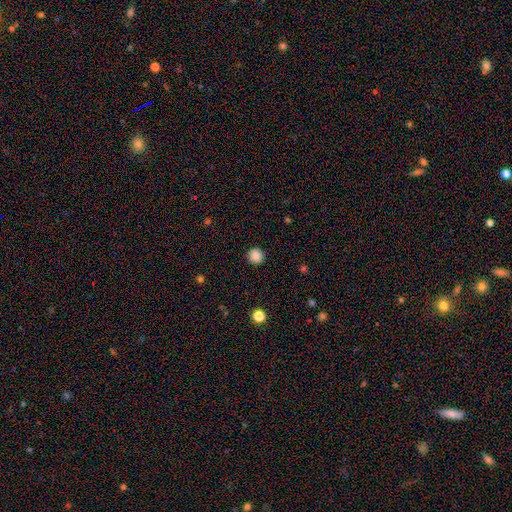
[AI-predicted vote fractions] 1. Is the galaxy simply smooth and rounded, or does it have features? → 87% smooth, 10% star or artifact, 3% featured or disk.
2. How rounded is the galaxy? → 95% round, 4% in between, 1% cigar-shaped.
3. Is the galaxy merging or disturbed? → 92% none, 5% minor disturbance, 2% major disturbance, 1% merger.